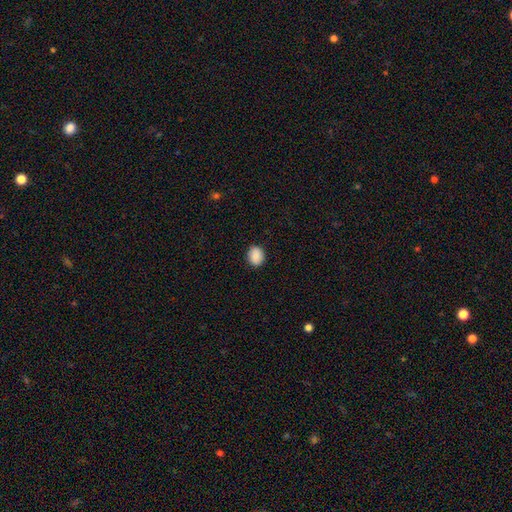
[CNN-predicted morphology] Smooth or featured? smooth (88%)
How rounded? round (56%)
Merging? none (88%)